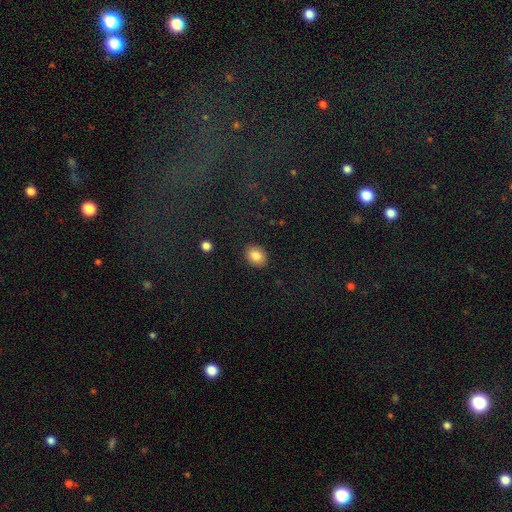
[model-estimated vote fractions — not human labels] Smooth or featured? Predicted: smooth (p=0.84). How rounded? Predicted: in between (p=0.52). Merging? Predicted: none (p=0.89).